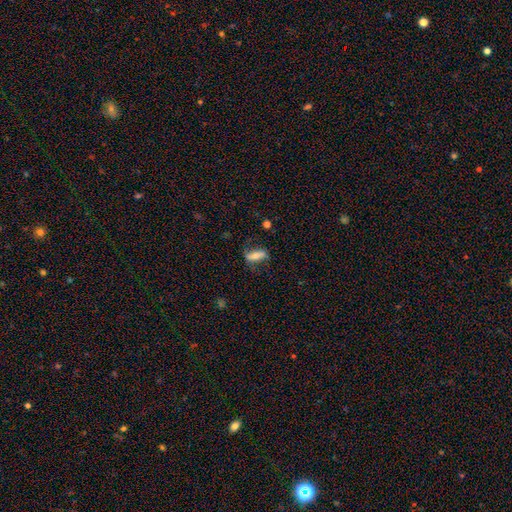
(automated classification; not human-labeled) Smooth or featured: smooth — 47% (featured or disk — 45%)
Merging: none — 65% (minor disturbance — 22%)